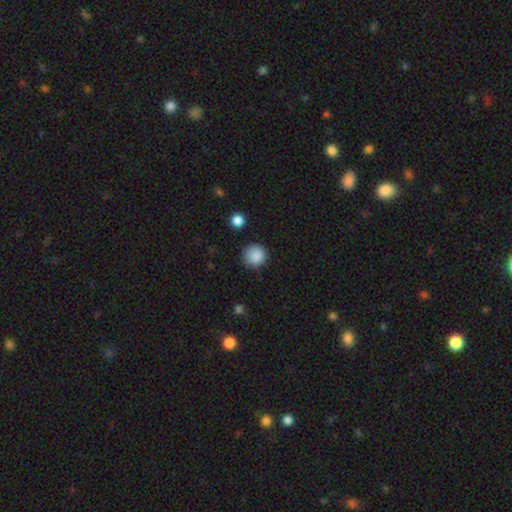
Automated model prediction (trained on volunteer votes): Smooth or featured? smooth (87%)
How rounded? round (92%)
Merging? none (84%)